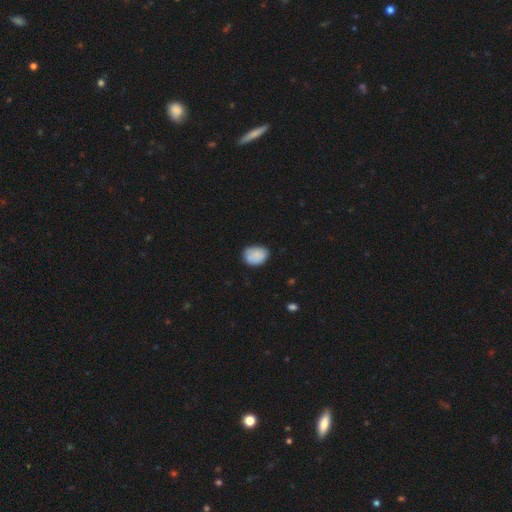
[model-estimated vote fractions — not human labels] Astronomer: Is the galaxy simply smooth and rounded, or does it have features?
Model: smooth — 83%.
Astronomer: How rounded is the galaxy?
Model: in between — 70%.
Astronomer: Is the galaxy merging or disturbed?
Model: none — 67%.